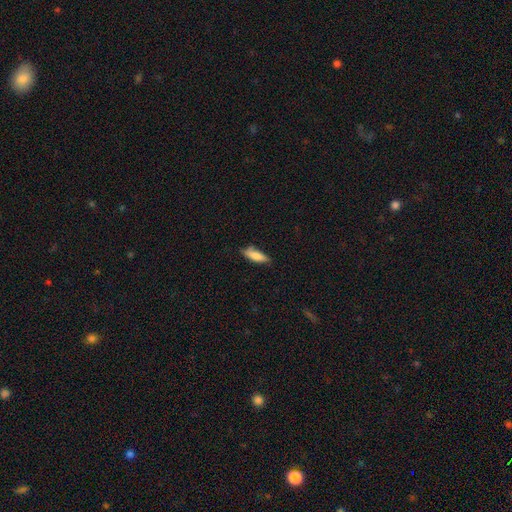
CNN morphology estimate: The model was most divided on "how rounded": in between: 54%, cigar-shaped: 44%, round: 2%. More confident: smooth or featured — smooth (81%); merging — none (70%).